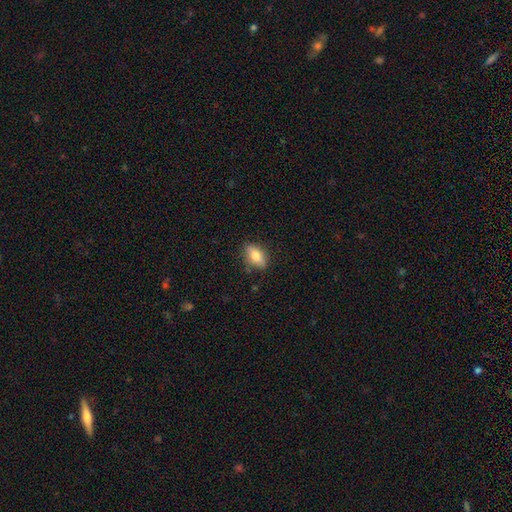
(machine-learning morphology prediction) Q: Smooth or featured?
A: smooth (69%); runner-up: featured or disk (23%)
Q: How rounded?
A: in between (81%); runner-up: cigar-shaped (12%)
Q: Merging?
A: none (82%); runner-up: minor disturbance (14%)